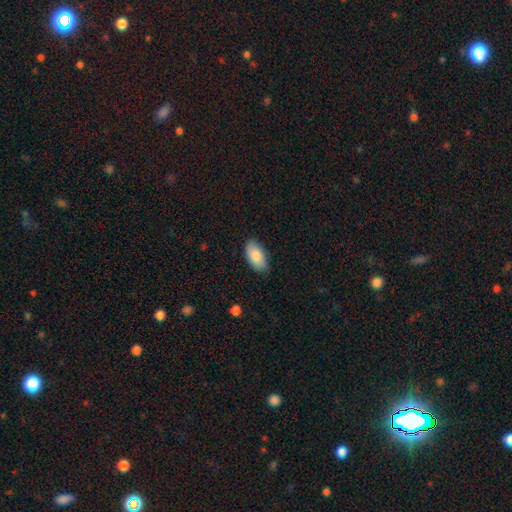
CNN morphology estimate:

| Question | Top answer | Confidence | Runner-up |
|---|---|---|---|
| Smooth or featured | smooth | 83% | featured or disk (11%) |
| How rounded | in between | 95% | round (3%) |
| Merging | none | 83% | minor disturbance (13%) |